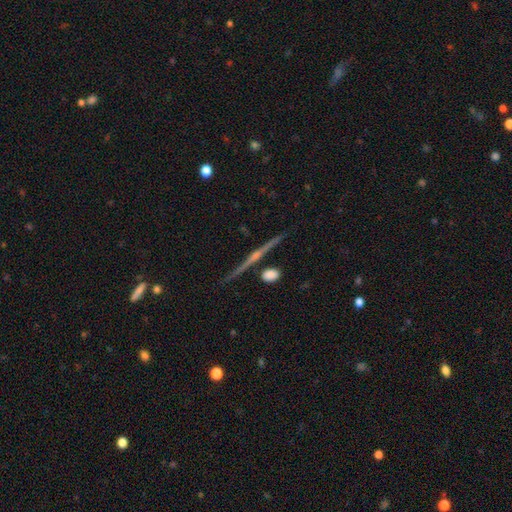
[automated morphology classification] Overall: featured or disk (83%). Edge-on disk: yes (98%). Edge-on bulge: rounded (75%). Merging: none (89%).